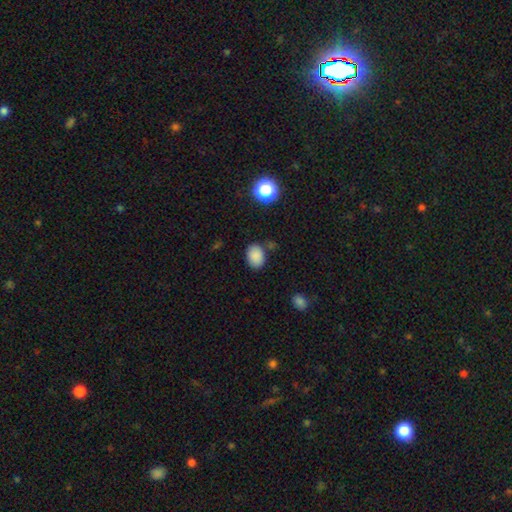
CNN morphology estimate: Smooth or featured? smooth (86%)
How rounded? in between (69%)
Merging? none (76%)